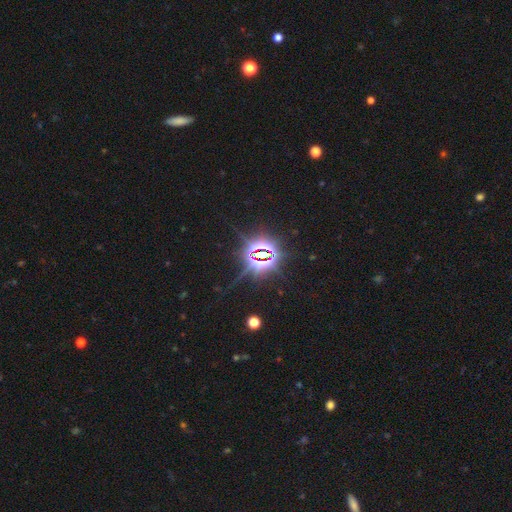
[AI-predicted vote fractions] Morphology: type=star or artifact (83%).